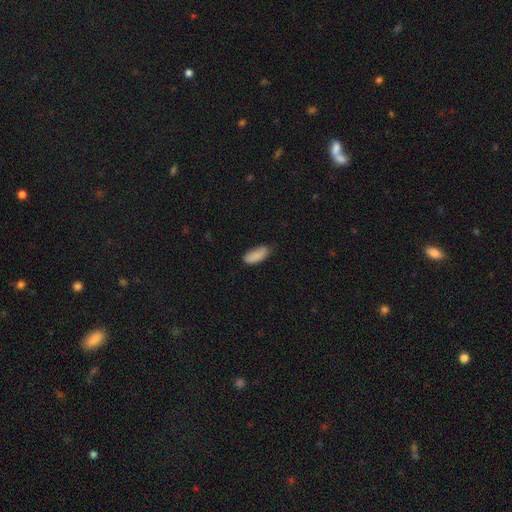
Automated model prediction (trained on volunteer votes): A smooth galaxy with no disk features (87%) that is in between round and cigar-shaped (85%).

Vote fractions:
- Smooth or featured? smooth: 87% / star or artifact: 7% / featured or disk: 6%
- How rounded? in between: 85% / cigar-shaped: 13% / round: 2%
- Merging? none: 68% / minor disturbance: 26% / major disturbance: 4% / merger: 2%